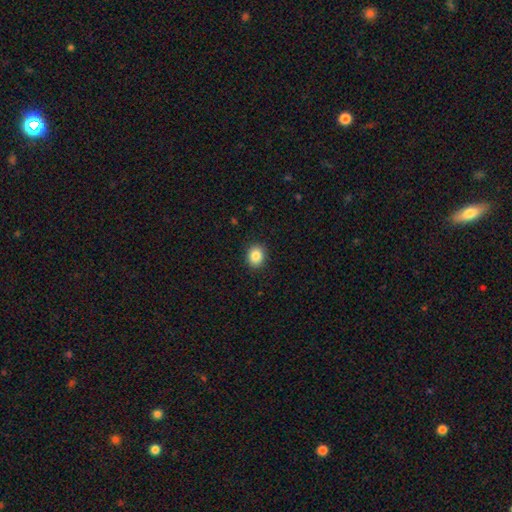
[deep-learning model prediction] smooth_or_featured: smooth (p=0.86) [alt: star or artifact p=0.09]
how_rounded: round (p=0.61) [alt: in between p=0.38]
merging: none (p=0.90) [alt: minor disturbance p=0.07]